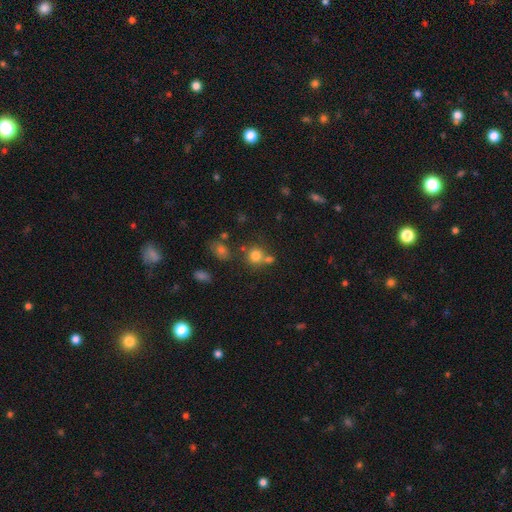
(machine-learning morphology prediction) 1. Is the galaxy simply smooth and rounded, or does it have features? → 77% smooth, 14% star or artifact, 9% featured or disk.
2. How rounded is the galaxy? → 86% round, 13% in between, 1% cigar-shaped.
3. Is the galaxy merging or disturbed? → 56% none, 30% merger, 10% minor disturbance, 4% major disturbance.